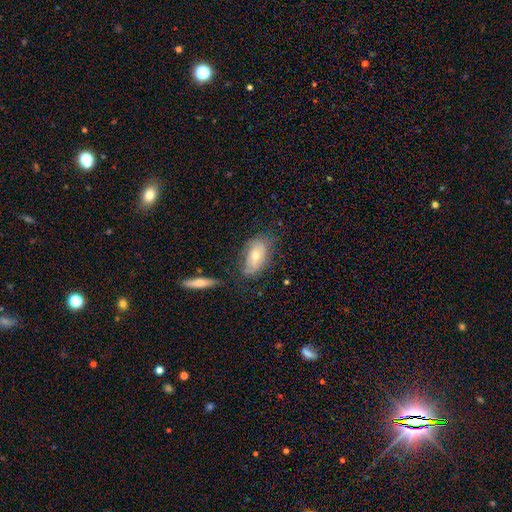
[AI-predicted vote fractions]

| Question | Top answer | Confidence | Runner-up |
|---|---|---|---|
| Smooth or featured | smooth | 58% | featured or disk (35%) |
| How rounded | in between | 89% | round (6%) |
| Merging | none | 56% | minor disturbance (27%) |